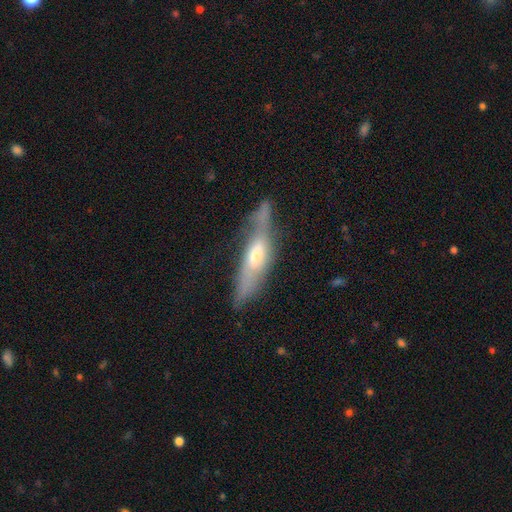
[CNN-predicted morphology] The model was most divided on "smooth or featured": featured or disk: 61%, smooth: 32%, star or artifact: 7%. More confident: edge-on disk — yes (67%); merging — none (57%).